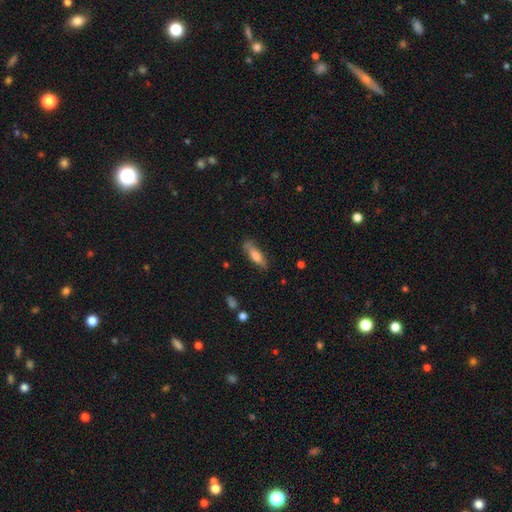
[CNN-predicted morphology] smooth-or-featured: smooth: 68% | featured or disk: 25% | star or artifact: 7%
  how-rounded: in between: 50% | cigar-shaped: 48% | round: 2%
  merging: none: 73% | minor disturbance: 20% | major disturbance: 5% | merger: 2%